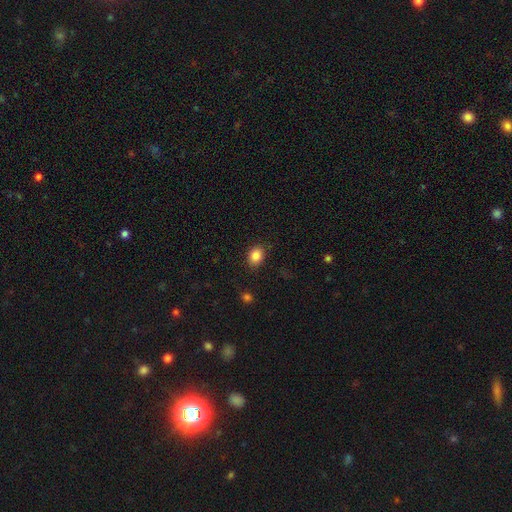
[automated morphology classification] This is clearly a smooth galaxy (85%). How rounded: possibly in between (59%). Merging: clearly none (87%).